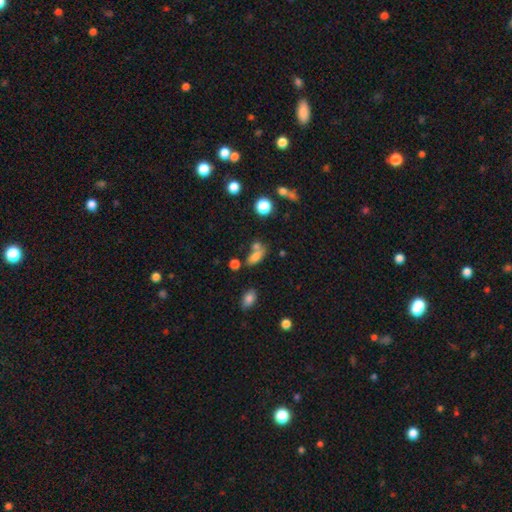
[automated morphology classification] The model was most divided on "merging": none: 41%, merger: 37%, minor disturbance: 15%, major disturbance: 7%. More confident: how rounded — in between (79%); smooth or featured — smooth (75%).